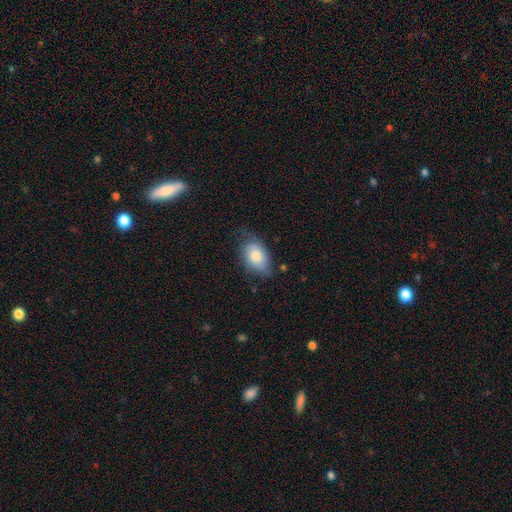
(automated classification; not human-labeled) This is likely a smooth galaxy (76%). How rounded: clearly in between (89%). Merging: possibly none (58%).